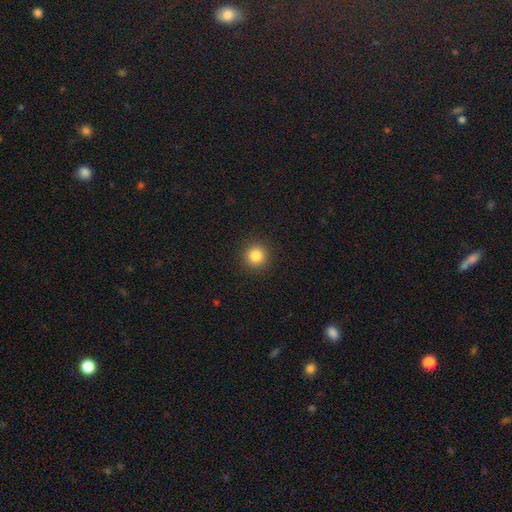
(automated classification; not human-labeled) Q: Smooth or featured?
A: smooth (84%); runner-up: star or artifact (11%)
Q: How rounded?
A: round (95%); runner-up: in between (5%)
Q: Merging?
A: none (92%); runner-up: minor disturbance (5%)